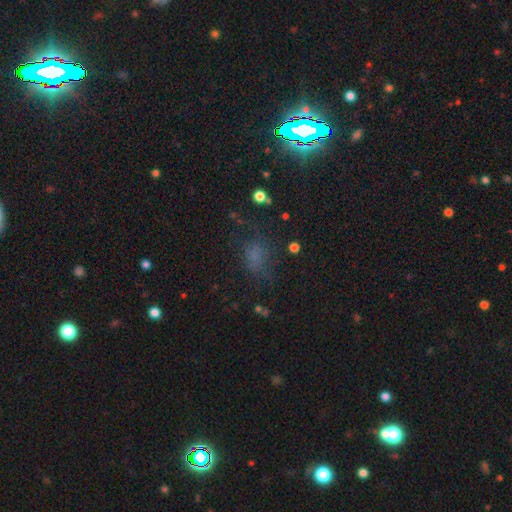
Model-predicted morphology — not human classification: A smooth galaxy with no disk features (53%) that is in between round and cigar-shaped (67%).

Vote fractions:
- Smooth or featured? smooth: 53% / star or artifact: 31% / featured or disk: 16%
- How rounded? in between: 67% / round: 29% / cigar-shaped: 4%
- Merging? none: 56% / minor disturbance: 21% / major disturbance: 20% / merger: 3%